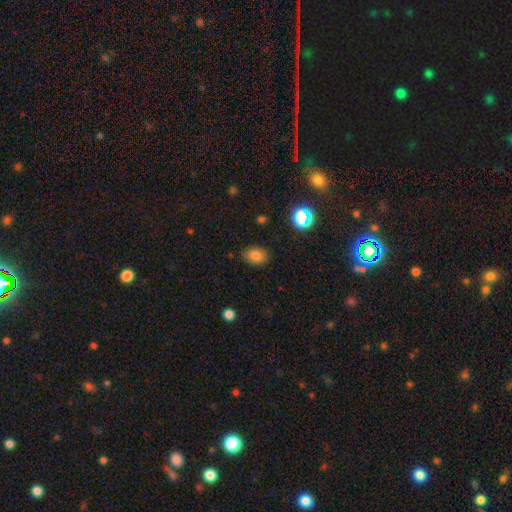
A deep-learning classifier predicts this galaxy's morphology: Overall: smooth (81%). How rounded: in between (77%). Merging: none (84%).